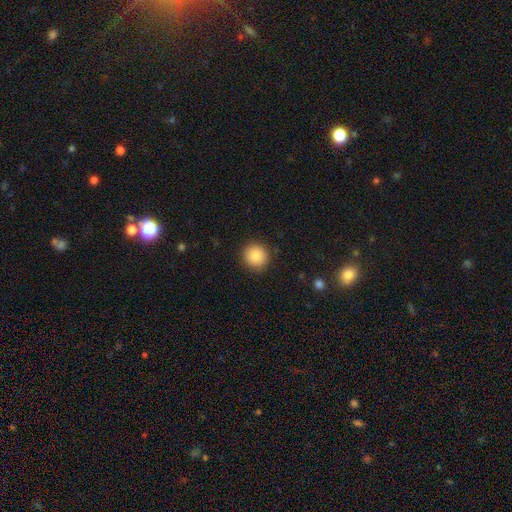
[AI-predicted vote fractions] smooth-or-featured: smooth: 87% | star or artifact: 9% | featured or disk: 4%
  how-rounded: round: 94% | in between: 5% | cigar-shaped: 1%
  merging: none: 91% | minor disturbance: 6% | major disturbance: 2% | merger: 1%